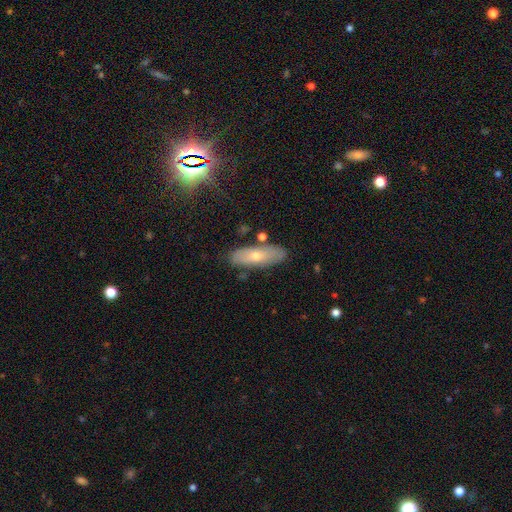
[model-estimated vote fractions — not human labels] Smooth or featured: smooth — 57% (featured or disk — 35%)
How rounded: in between — 55% (cigar-shaped — 42%)
Merging: none — 80% (minor disturbance — 13%)